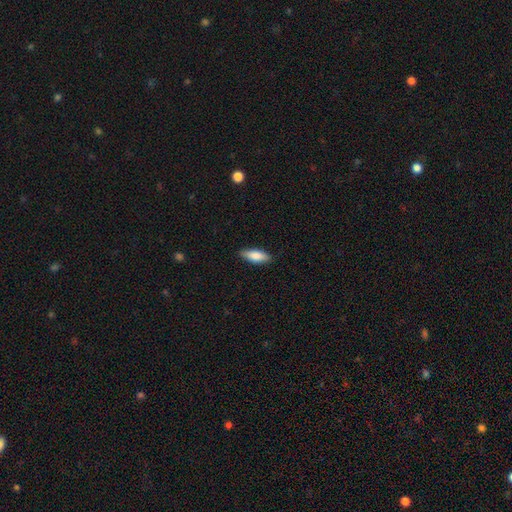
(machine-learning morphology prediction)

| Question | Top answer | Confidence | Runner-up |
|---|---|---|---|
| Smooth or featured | smooth | 83% | featured or disk (11%) |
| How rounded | in between | 71% | cigar-shaped (27%) |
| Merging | none | 86% | minor disturbance (11%) |